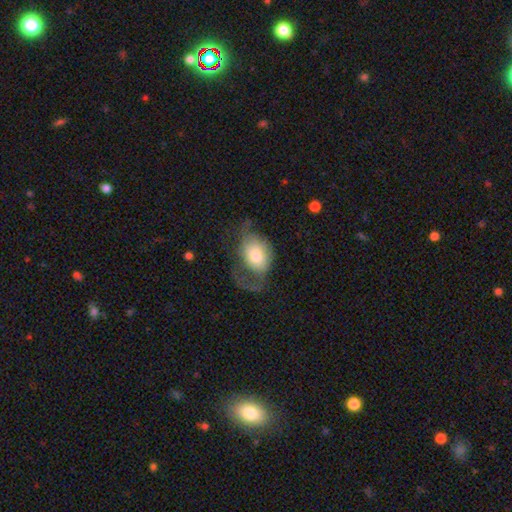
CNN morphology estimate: Smooth or featured? Predicted: smooth (p=0.63). How rounded? Predicted: in between (p=0.70). Merging? Predicted: major disturbance (p=0.46).